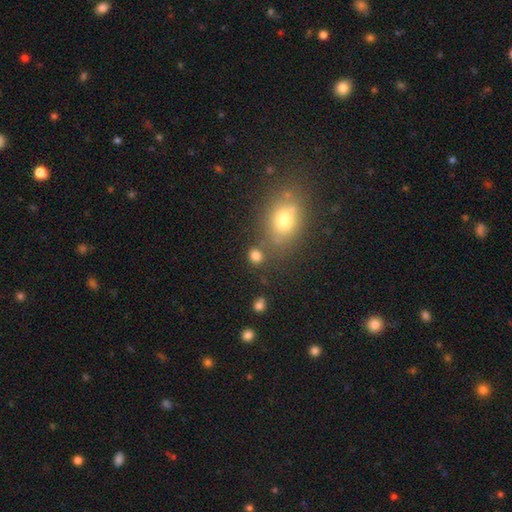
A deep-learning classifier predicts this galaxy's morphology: smooth 80%, star or artifact 14%, featured or disk 6%. Down the decision tree: how rounded — round (69%); merging — none (73%).